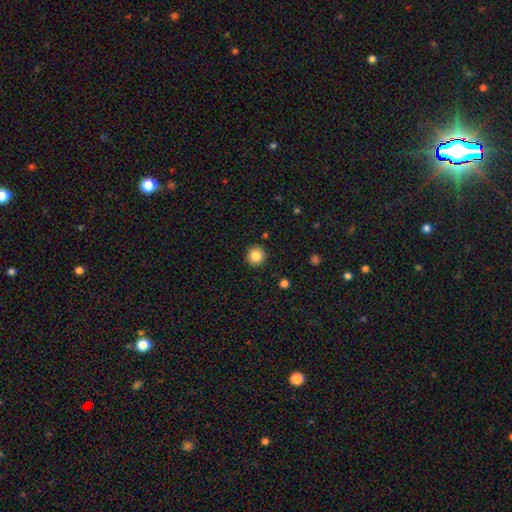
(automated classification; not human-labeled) Q: Smooth or featured?
A: smooth (85%); runner-up: star or artifact (10%)
Q: How rounded?
A: round (93%); runner-up: in between (6%)
Q: Merging?
A: none (91%); runner-up: minor disturbance (6%)